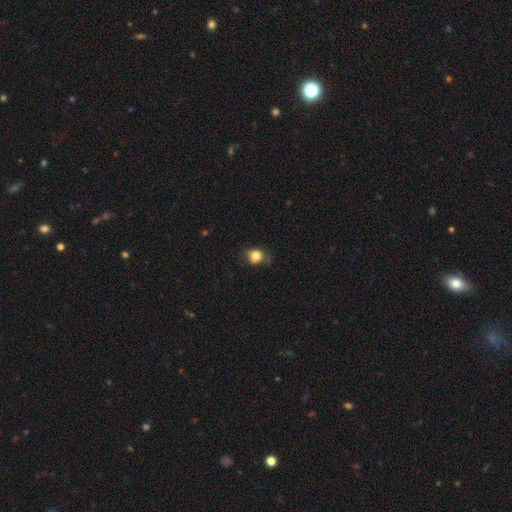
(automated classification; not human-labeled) Smooth or featured?
  - smooth: 80% *
  - star or artifact: 10%
  - featured or disk: 10%
How rounded?
  - round: 63% *
  - in between: 36%
  - cigar-shaped: 1%
Merging?
  - none: 57% *
  - minor disturbance: 30%
  - major disturbance: 9%
  - merger: 4%